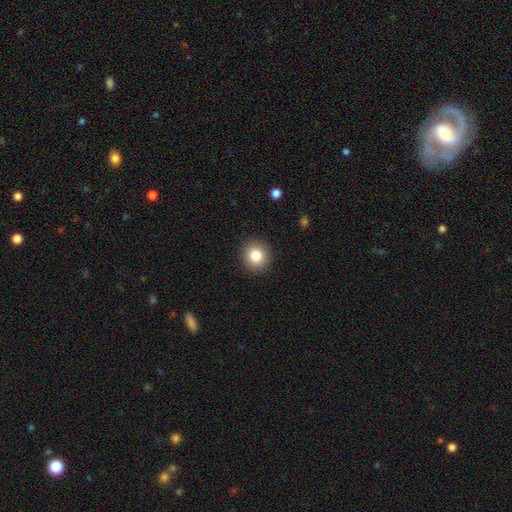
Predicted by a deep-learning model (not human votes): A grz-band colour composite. It shows a smooth galaxy with no disk features (82%) that is round (91%). Merging: none (91%).